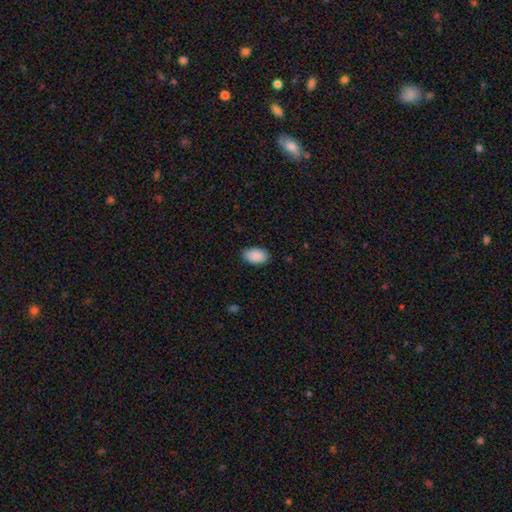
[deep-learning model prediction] A smooth galaxy with no disk features (90%) that is in between round and cigar-shaped (92%).

Vote fractions:
- Smooth or featured? smooth: 90% / star or artifact: 7% / featured or disk: 3%
- How rounded? in between: 92% / round: 7% / cigar-shaped: 1%
- Merging? none: 82% / minor disturbance: 14% / major disturbance: 2% / merger: 1%